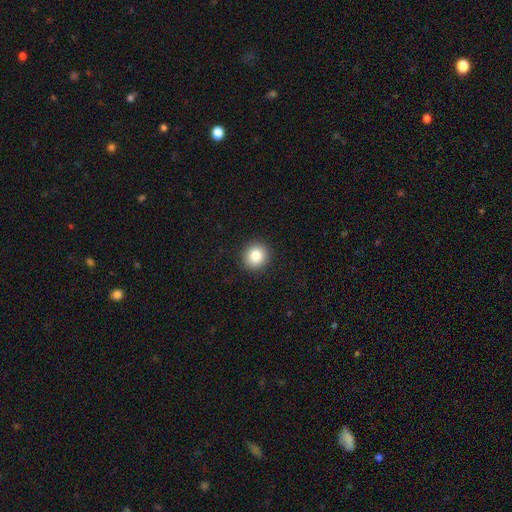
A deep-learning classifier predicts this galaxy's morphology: Smooth or featured? smooth (83%)
How rounded? round (90%)
Merging? none (92%)